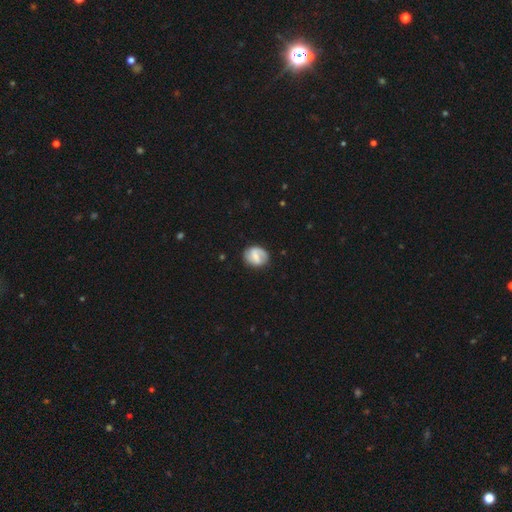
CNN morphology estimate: Smooth or featured? Predicted: featured or disk (p=0.53). Edge-on disk? Predicted: no (p=0.97). Bar? Predicted: weak (p=0.43). Spiral arms? Predicted: yes (p=0.77). Bulge size? Predicted: small (p=0.38). Merging? Predicted: none (p=0.76).